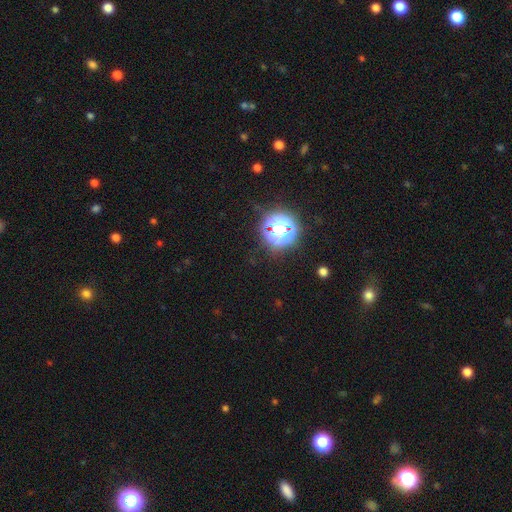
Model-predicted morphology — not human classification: Smooth or featured? Predicted: star or artifact (p=0.79).